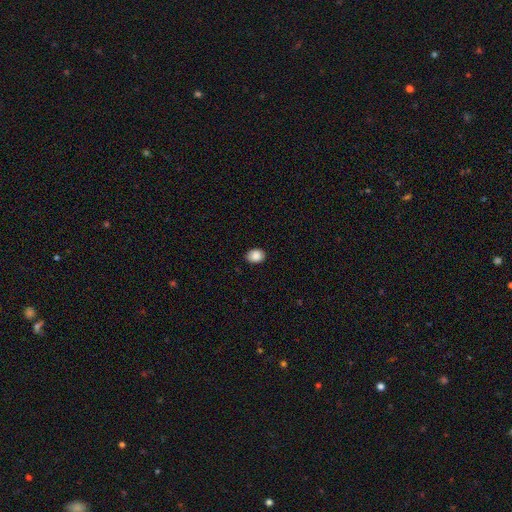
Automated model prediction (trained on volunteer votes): Q: Smooth or featured?
A: smooth (88%); runner-up: star or artifact (8%)
Q: How rounded?
A: in between (61%); runner-up: round (38%)
Q: Merging?
A: none (87%); runner-up: minor disturbance (10%)